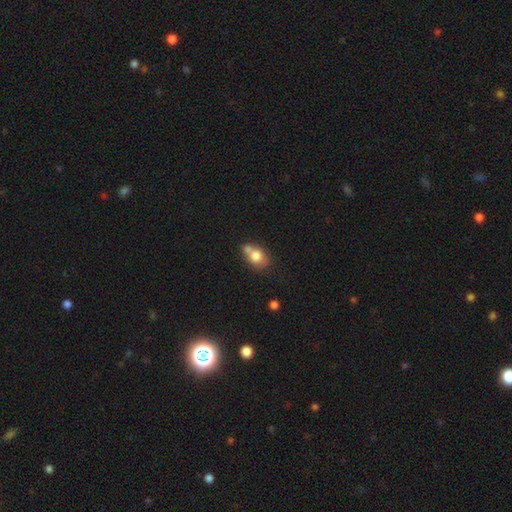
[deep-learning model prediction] Smooth or featured? smooth (75%)
How rounded? in between (56%)
Merging? merger (40%)